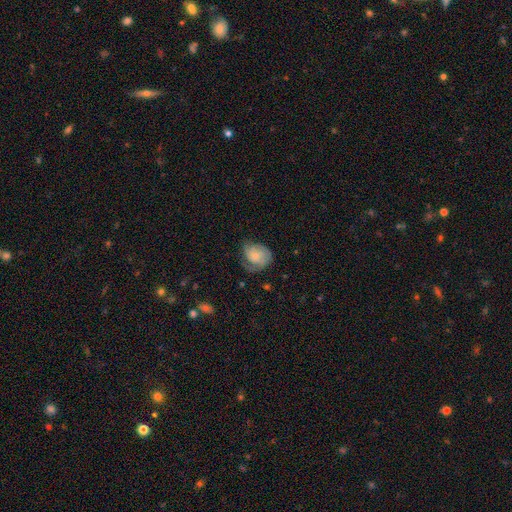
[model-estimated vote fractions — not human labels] Morphology: type=featured or disk (59%); edge-on=no (98%); bar=no (77%); spiral arms=yes (88%); winding=tight (47%); arm count=2 (36%); bulge=small (69%); merging=none (50%).